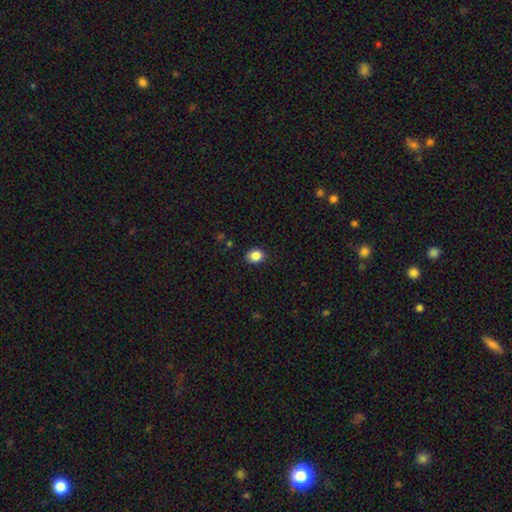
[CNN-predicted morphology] Smooth or featured: smooth — 86% (star or artifact — 10%)
How rounded: round — 58% (in between — 41%)
Merging: none — 88% (minor disturbance — 9%)